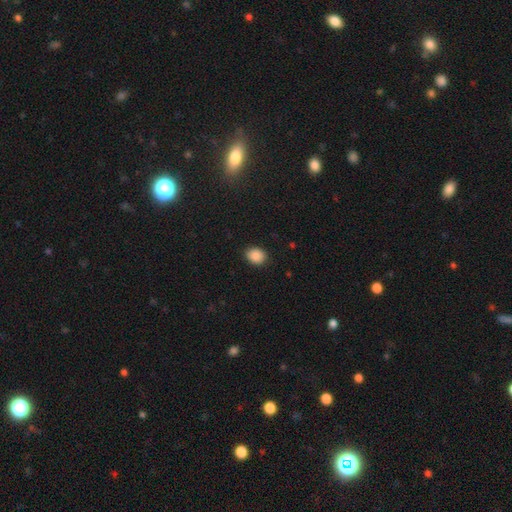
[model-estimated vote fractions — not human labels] smooth-or-featured: smooth: 89% | star or artifact: 9% | featured or disk: 3%
  how-rounded: round: 56% | in between: 43% | cigar-shaped: 1%
  merging: none: 88% | minor disturbance: 9% | major disturbance: 2% | merger: 1%